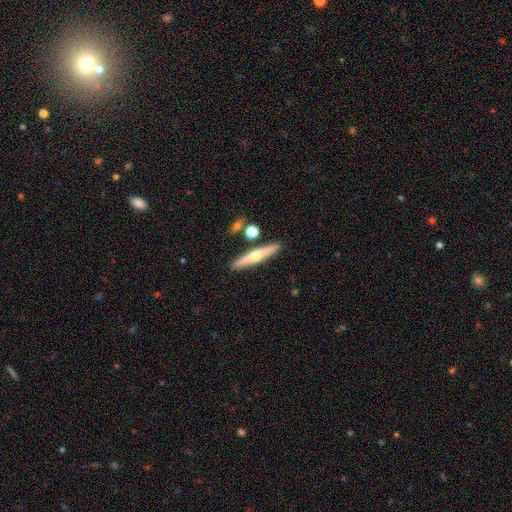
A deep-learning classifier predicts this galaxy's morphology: Smooth or featured: featured or disk — 55% (smooth — 39%)
Edge-on disk: yes — 93% (no — 7%)
Edge-on bulge: rounded — 90% (none — 8%)
Merging: none — 86% (minor disturbance — 7%)